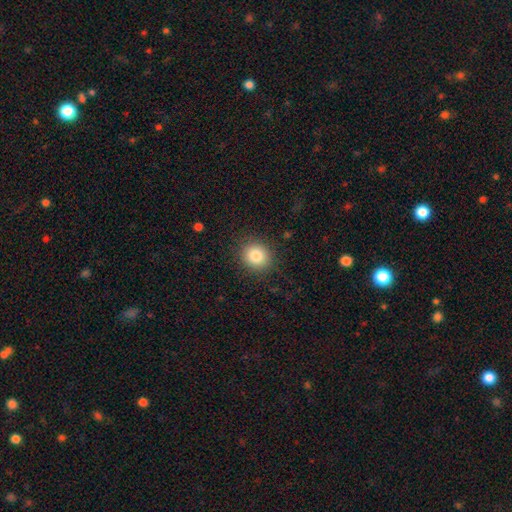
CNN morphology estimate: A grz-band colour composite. It shows a smooth galaxy with no disk features (83%) that is round (82%). Merging: none (89%).